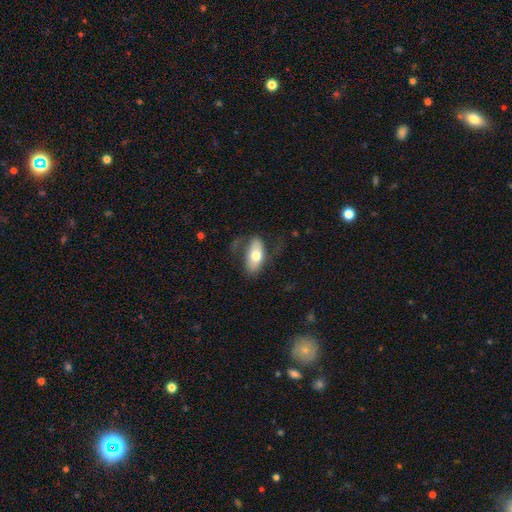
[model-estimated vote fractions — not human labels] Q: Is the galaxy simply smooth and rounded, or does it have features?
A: smooth — 63%.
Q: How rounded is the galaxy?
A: in between — 89%.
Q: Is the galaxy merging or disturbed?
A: none — 59%.